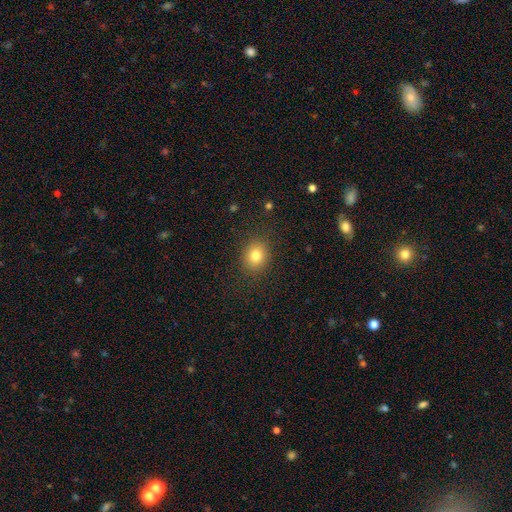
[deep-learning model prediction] This appears to be a smooth galaxy with no disk features (80%) that is round (62%). Merging: none (86%).